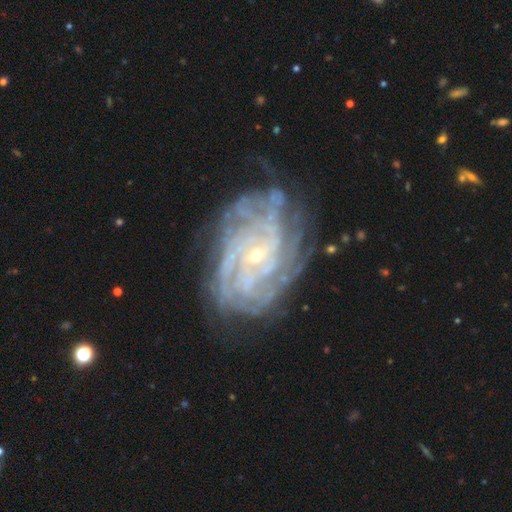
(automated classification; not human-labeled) smooth-or-featured: featured or disk: 89% | star or artifact: 6% | smooth: 5%
  disk-edge-on: no: 97% | yes: 3%
    bar: no: 60% | weak: 31% | strong: 10%
    has-spiral-arms: yes: 96% | no: 4%
      spiral-winding: tight: 73% | medium: 22% | loose: 5%
      spiral-arm-count: can't tell: 31% | more than 4: 23% | 4: 19% | 3: 11% | 2: 10% | 1: 7%
    bulge-size: small: 78% | moderate: 19% | none: 1% | large: 1% | dominant: 1%
  merging: none: 69% | minor disturbance: 19% | major disturbance: 10% | merger: 2%